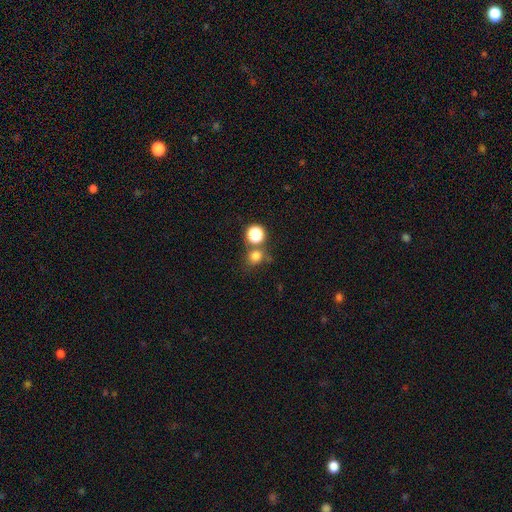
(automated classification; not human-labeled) Morphology: type=smooth (75%); roundness=round (78%); merging=none (63%).